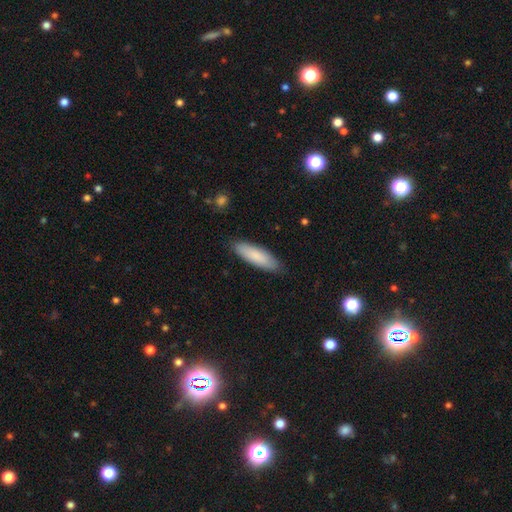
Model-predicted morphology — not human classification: smooth 85%, featured or disk 9%, star or artifact 5%. Down the decision tree: how rounded — cigar-shaped (57%); merging — none (87%).